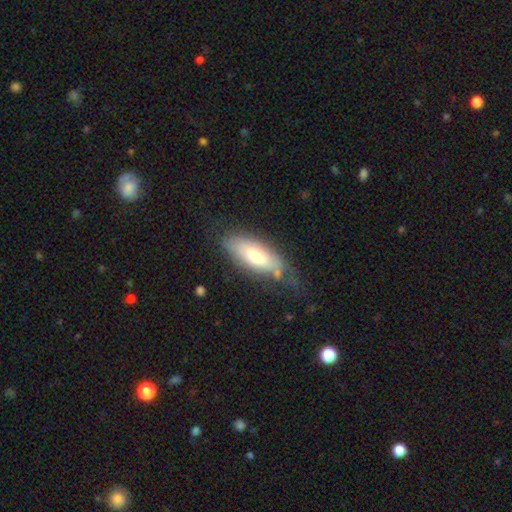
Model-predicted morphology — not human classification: A smooth galaxy with no disk features (63%) that is in between round and cigar-shaped (74%). Merging: none (59%).